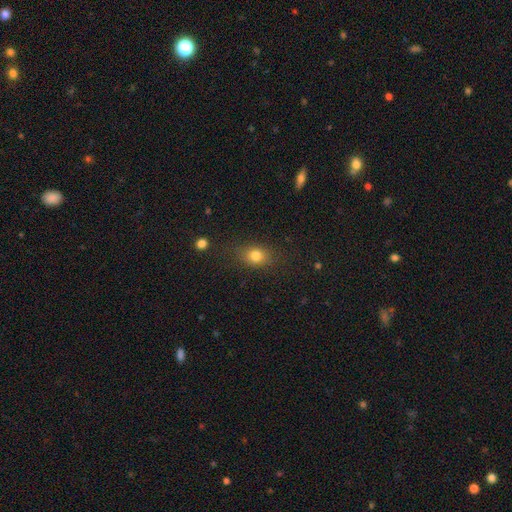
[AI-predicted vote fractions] Q: Smooth or featured?
A: smooth (80%); runner-up: star or artifact (11%)
Q: How rounded?
A: in between (58%); runner-up: round (40%)
Q: Merging?
A: none (80%); runner-up: minor disturbance (14%)